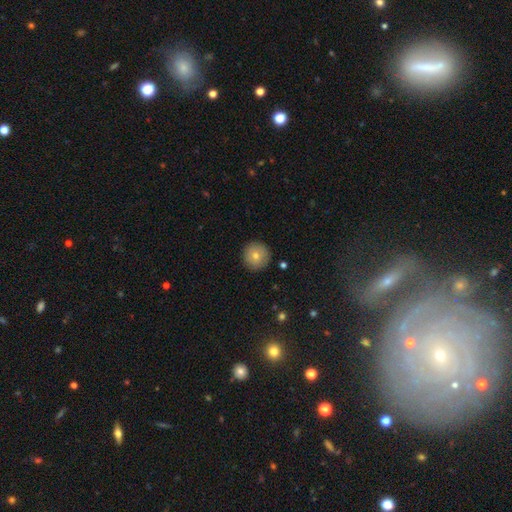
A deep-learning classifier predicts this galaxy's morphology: Smooth or featured? Predicted: smooth (p=0.76). How rounded? Predicted: round (p=0.96). Merging? Predicted: none (p=0.91).